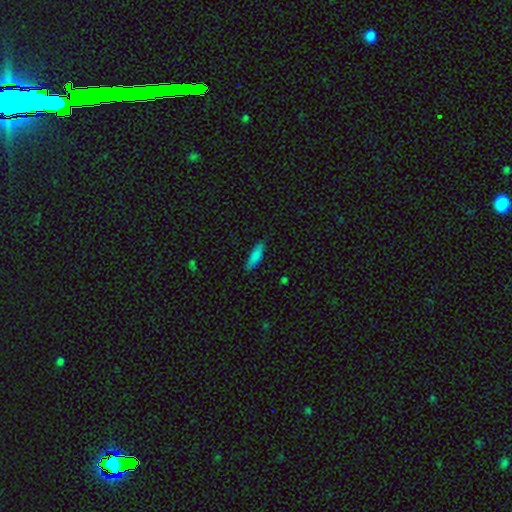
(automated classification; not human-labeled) A smooth galaxy with no disk features (84%) that is cigar-shaped (56%).

Vote fractions:
- Smooth or featured? smooth: 84% / featured or disk: 9% / star or artifact: 7%
- How rounded? cigar-shaped: 56% / in between: 42% / round: 2%
- Merging? none: 83% / minor disturbance: 13% / major disturbance: 2% / merger: 1%